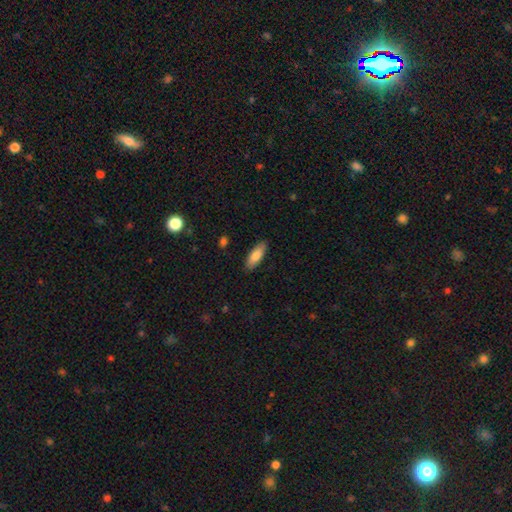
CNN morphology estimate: Overall: smooth (81%). How rounded: in between (61%; cigar-shaped 37%). Merging: none (88%).